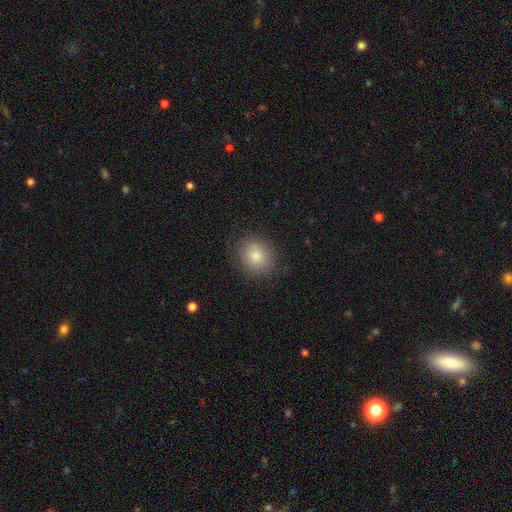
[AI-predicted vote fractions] smooth_or_featured: smooth (p=0.83) [alt: star or artifact p=0.10]
how_rounded: round (p=0.81) [alt: in between p=0.18]
merging: none (p=0.87) [alt: minor disturbance p=0.09]